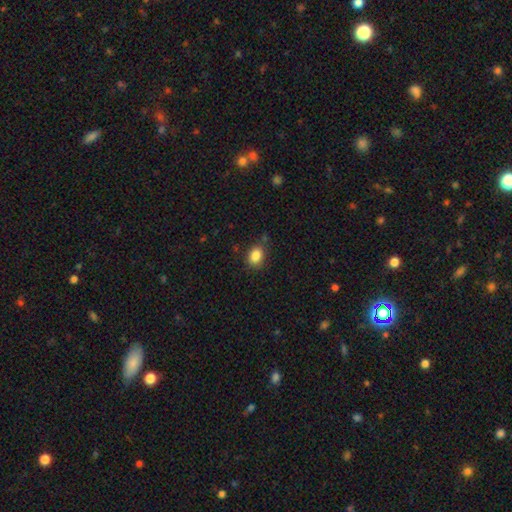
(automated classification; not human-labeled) This is clearly a smooth galaxy (86%). How rounded: likely in between (66%). Merging: likely none (79%).